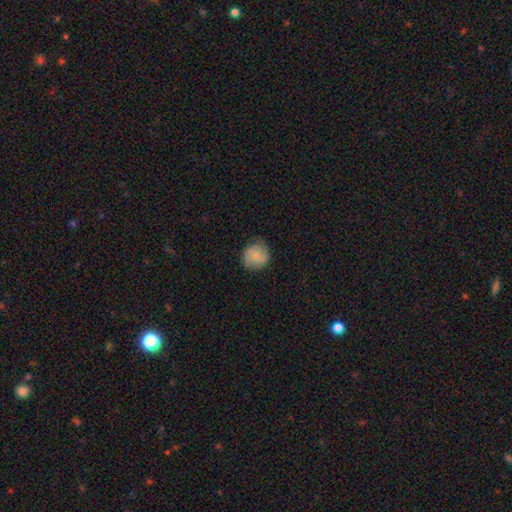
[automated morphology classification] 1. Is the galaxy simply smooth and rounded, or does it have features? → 70% smooth, 23% featured or disk, 8% star or artifact.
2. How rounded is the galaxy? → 87% round, 12% in between, 1% cigar-shaped.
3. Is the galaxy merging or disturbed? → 80% none, 16% minor disturbance, 4% major disturbance, 1% merger.